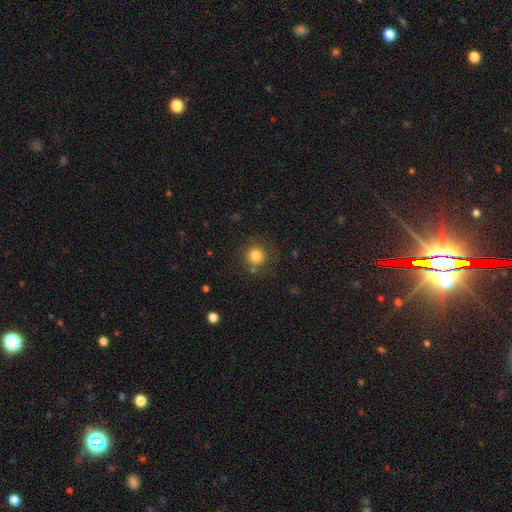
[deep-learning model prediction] Morphology: type=smooth (81%); roundness=round (93%); merging=none (81%).